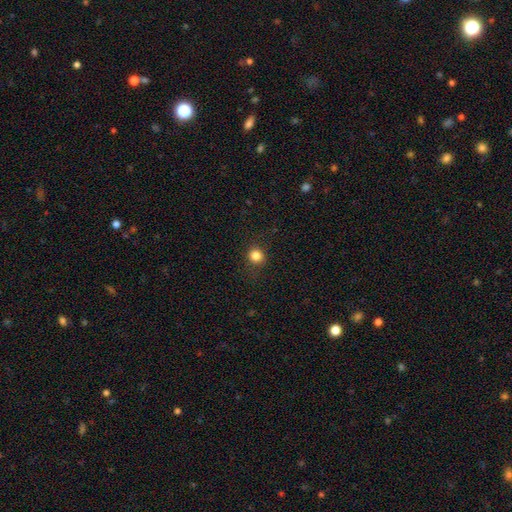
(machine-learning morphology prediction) smooth_or_featured: smooth (p=0.84) [alt: star or artifact p=0.12]
how_rounded: round (p=0.87) [alt: in between p=0.12]
merging: none (p=0.86) [alt: minor disturbance p=0.09]